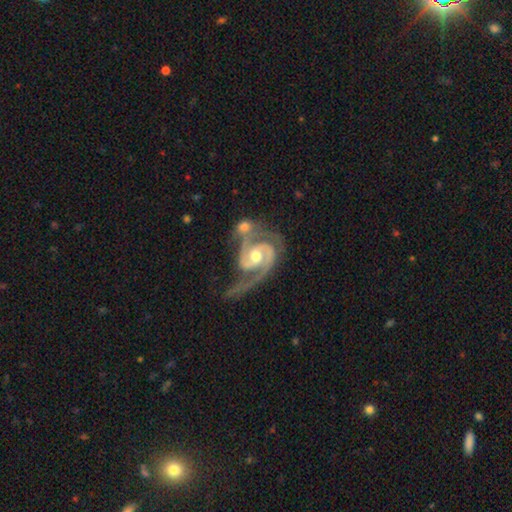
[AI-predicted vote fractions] This is clearly a featured or disk galaxy (93%). It is clearly not viewed edge-on (98%). Bar: marginally no (44%). Spiral arm pattern: clearly yes (98%). Spiral arm count: clearly 2 (84%). Spiral winding: possibly medium (52%). Central bulge: likely moderate (72%). Merging: marginally none (35%).